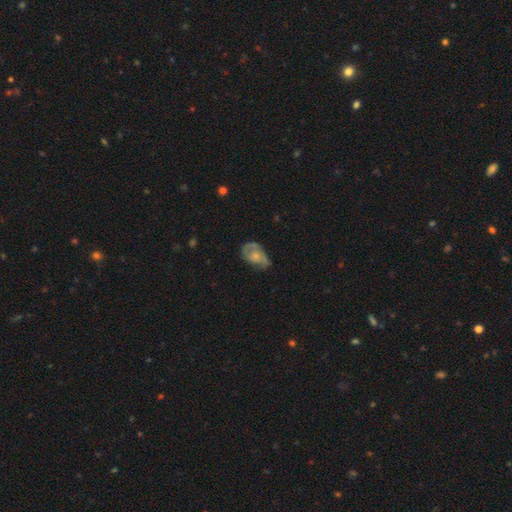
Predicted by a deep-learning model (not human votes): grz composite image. It shows a smooth galaxy with no disk features (46%, tied with featured or disk). Merging: none (36%, tied with minor disturbance).